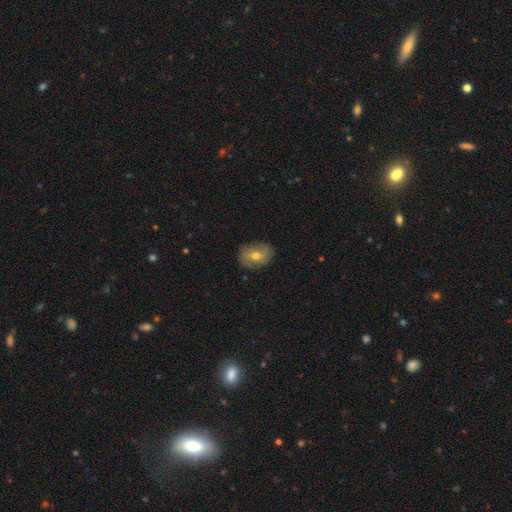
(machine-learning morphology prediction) A smooth galaxy with no disk features (53%) that is in between round and cigar-shaped (62%). Merging: none (79%).